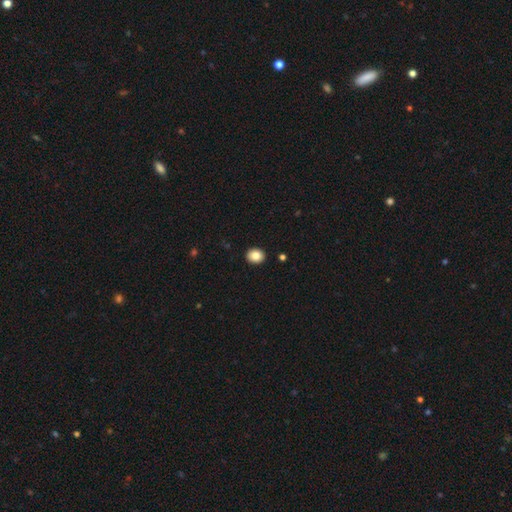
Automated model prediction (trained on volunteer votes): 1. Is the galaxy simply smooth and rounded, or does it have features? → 84% smooth, 9% star or artifact, 7% featured or disk.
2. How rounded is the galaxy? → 62% round, 37% in between, 1% cigar-shaped.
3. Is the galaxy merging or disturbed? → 92% none, 6% minor disturbance, 2% major disturbance, 1% merger.